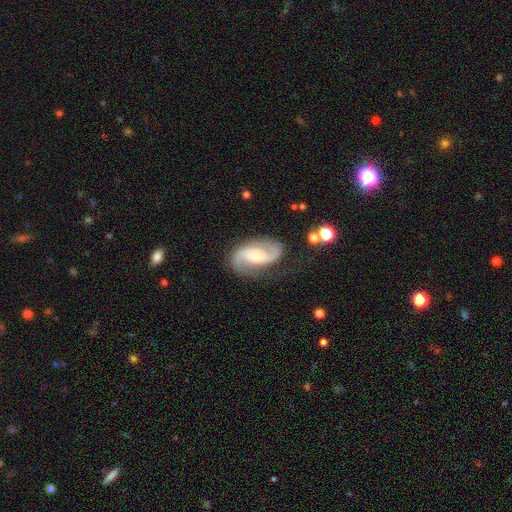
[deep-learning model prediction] The model was most divided on "bar": no: 45%, weak: 38%, strong: 17%. More confident: edge-on disk — no (97%); spiral arms — yes (97%); spiral arm count — 2 (91%); smooth or featured — featured or disk (88%); merging — none (76%); bulge size — small (52%); spiral winding — medium (52%).